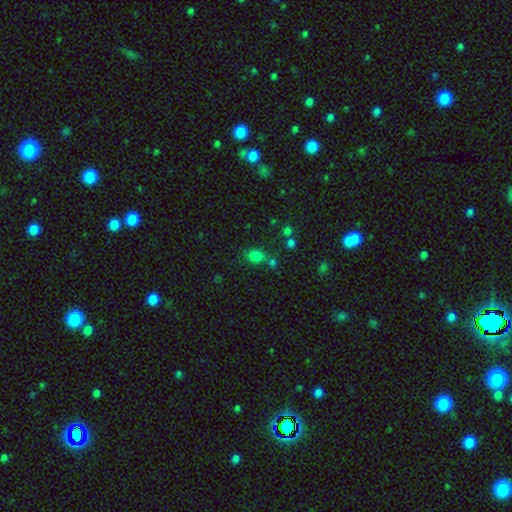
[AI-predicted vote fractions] Morphology: type=smooth (77%); roundness=round (50%); merging=none (66%).